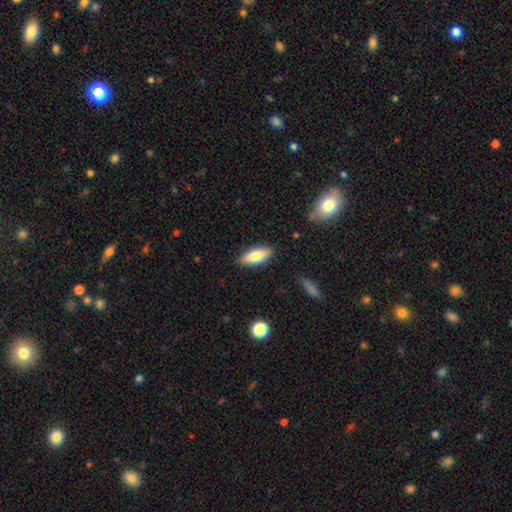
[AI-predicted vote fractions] smooth_or_featured: smooth (p=0.80) [alt: featured or disk p=0.13]
how_rounded: in between (p=0.78) [alt: cigar-shaped p=0.20]
merging: none (p=0.85) [alt: minor disturbance p=0.11]